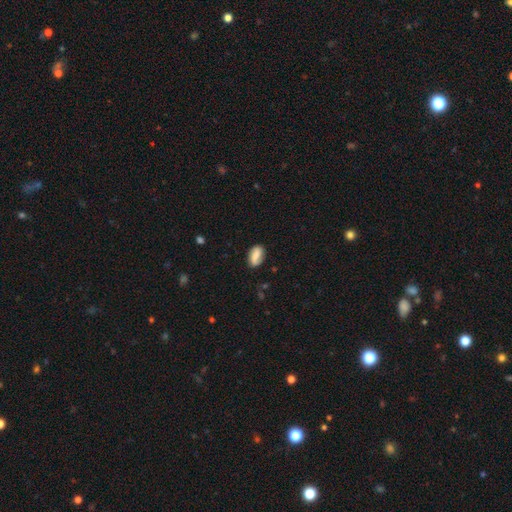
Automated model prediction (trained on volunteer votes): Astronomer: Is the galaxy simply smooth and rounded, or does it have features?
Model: smooth — 71%.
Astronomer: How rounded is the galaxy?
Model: in between — 88%.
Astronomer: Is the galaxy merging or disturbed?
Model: none — 74%.